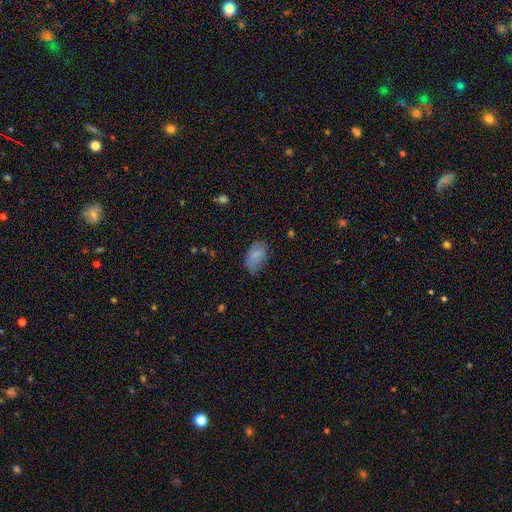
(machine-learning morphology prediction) Q: Smooth or featured?
A: smooth (81%); runner-up: featured or disk (11%)
Q: How rounded?
A: in between (93%); runner-up: round (5%)
Q: Merging?
A: none (68%); runner-up: minor disturbance (24%)